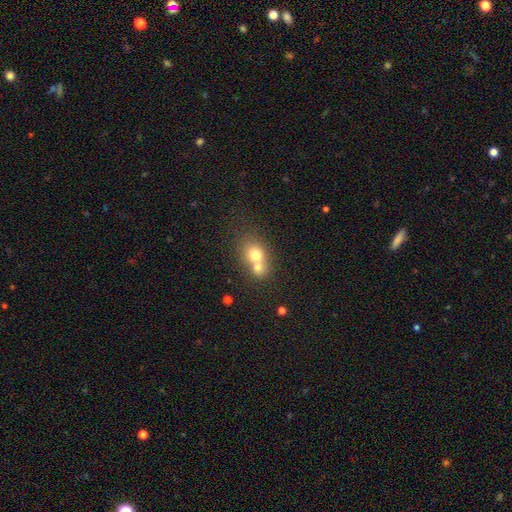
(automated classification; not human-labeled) Overall: smooth (70%). How rounded: round (59%; in between 40%). Merging: merger (64%; none 26%).